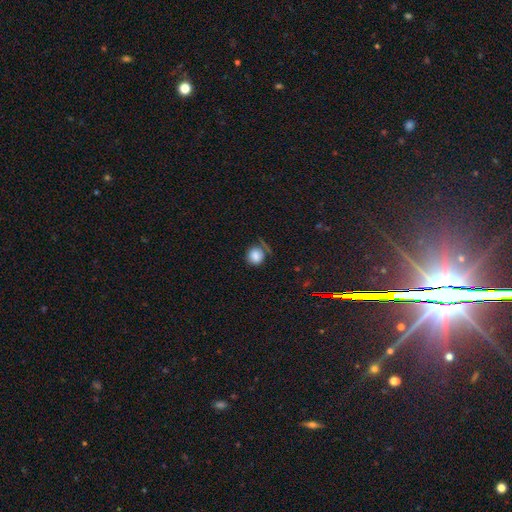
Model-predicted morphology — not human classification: Smooth or featured? Predicted: smooth (p=0.82). How rounded? Predicted: round (p=0.87). Merging? Predicted: none (p=0.63).